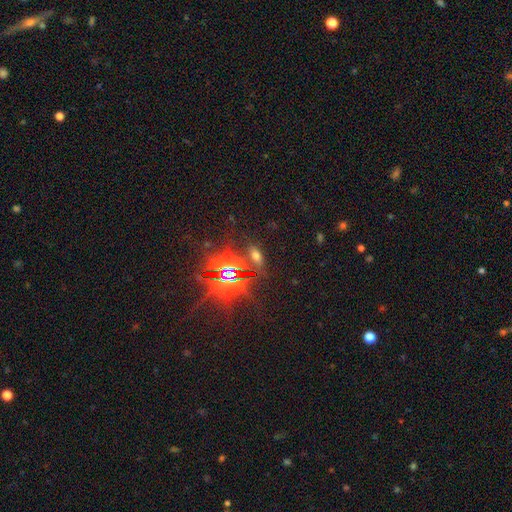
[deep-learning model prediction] Overall: smooth (45%; star or artifact 44%). Merging: none (82%).